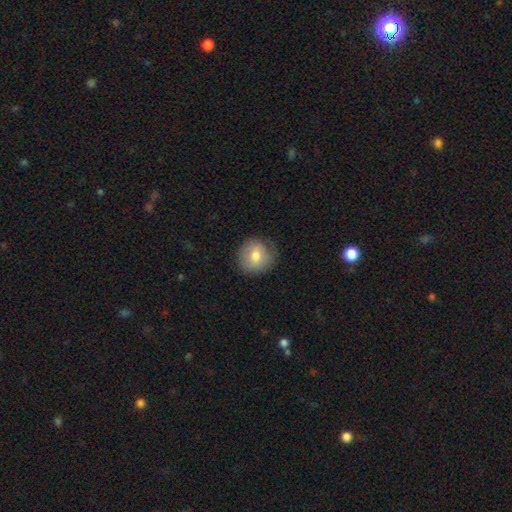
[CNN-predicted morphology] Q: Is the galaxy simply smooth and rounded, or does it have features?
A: smooth — 75%.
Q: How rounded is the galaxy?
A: round — 87%.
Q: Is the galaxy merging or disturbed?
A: none — 79%.